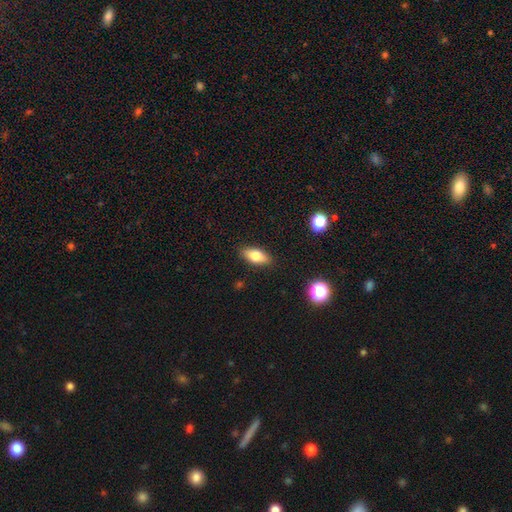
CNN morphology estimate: smooth 75%, featured or disk 17%, star or artifact 8%. Down the decision tree: how rounded — in between (82%); merging — none (87%).